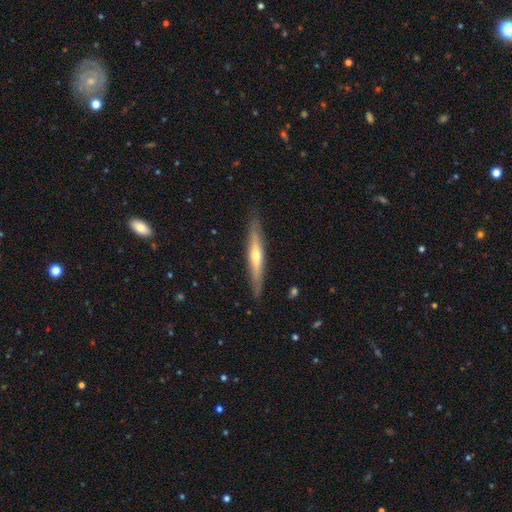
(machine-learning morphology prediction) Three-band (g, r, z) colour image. It shows a featured or disk galaxy (62%) viewed edge-on (93%) with a rounded central bulge (79%). Merging: none (88%).